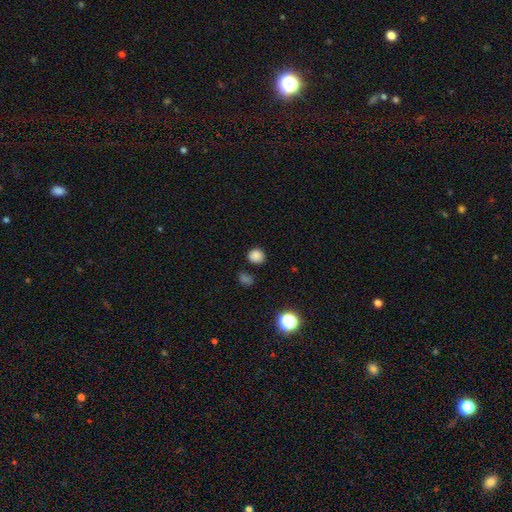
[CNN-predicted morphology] type=smooth (82%); roundness=round (85%); merging=none (81%).